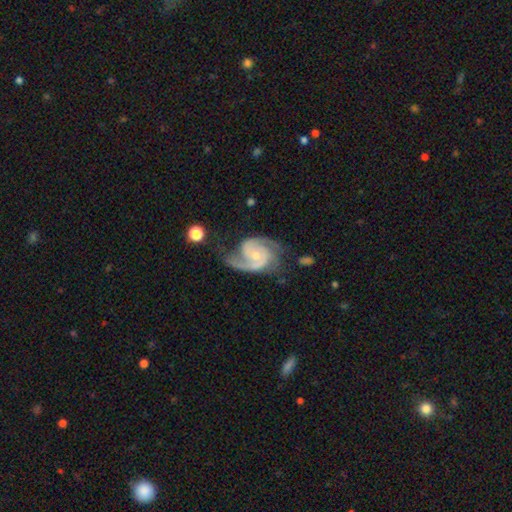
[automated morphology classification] A featured or disk galaxy (91%) with no bar (60%), 2 (81%) medium (52%) spiral arms (98%) and a small central bulge (56%).

Vote fractions:
- Smooth or featured? featured or disk: 91% / smooth: 4% / star or artifact: 4%
- Edge-on disk? no: 98% / yes: 2%
- Bar? no: 60% / weak: 32% / strong: 8%
- Spiral arms? yes: 98% / no: 2%
- Spiral winding? medium: 52% / tight: 33% / loose: 15%
- Spiral arm count? 2: 81% / 3: 9% / can't tell: 4% / 1: 3% / 4: 2% / more than 4: 2%
- Bulge size? small: 56% / moderate: 38% / none: 4% / large: 2% / dominant: 1%
- Merging? none: 60% / minor disturbance: 22% / major disturbance: 15% / merger: 3%